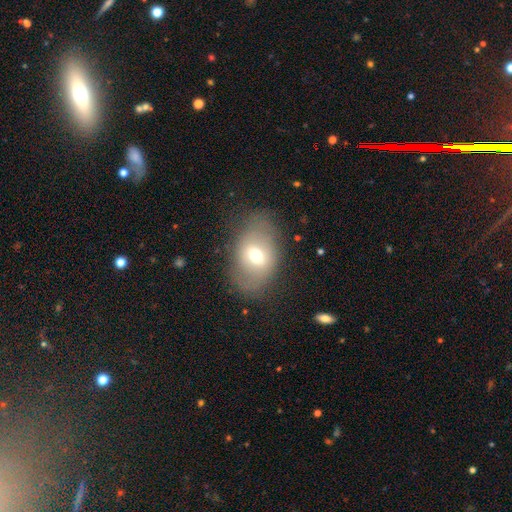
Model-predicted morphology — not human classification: smooth-or-featured: smooth: 56% | featured or disk: 34% | star or artifact: 10%
  how-rounded: in between: 78% | round: 21% | cigar-shaped: 1%
  merging: none: 71% | minor disturbance: 19% | major disturbance: 9% | merger: 2%